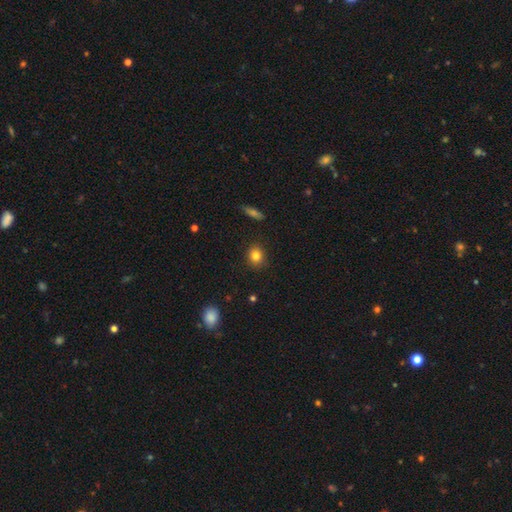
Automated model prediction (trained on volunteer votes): Smooth or featured? smooth (82%)
How rounded? round (78%)
Merging? none (88%)